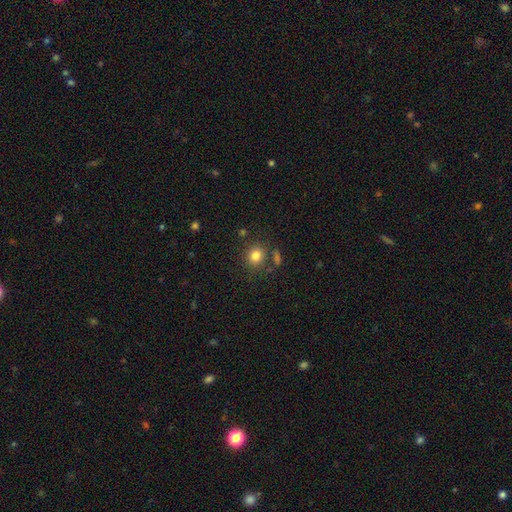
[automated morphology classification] Smooth or featured: smooth — 82% (star or artifact — 12%)
How rounded: round — 84% (in between — 16%)
Merging: none — 79% (minor disturbance — 10%)